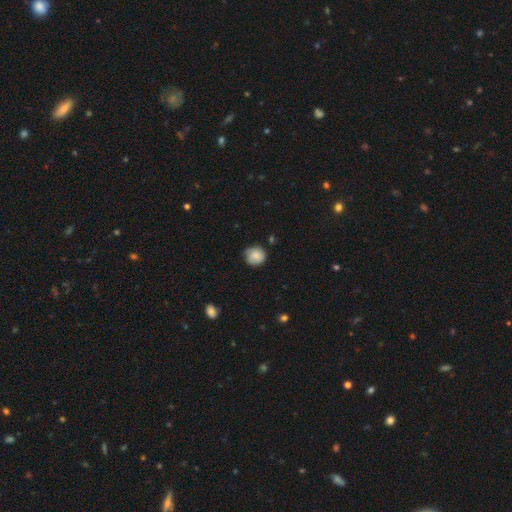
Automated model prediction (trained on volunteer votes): This appears to be a smooth galaxy with no disk features (80%) that is round (87%). Merging: none (70%).